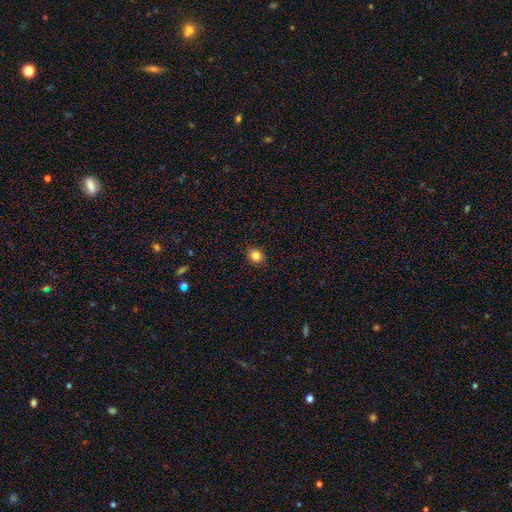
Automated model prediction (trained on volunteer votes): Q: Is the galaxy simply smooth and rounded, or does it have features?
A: smooth — 84%.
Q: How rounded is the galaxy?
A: in between — 51%.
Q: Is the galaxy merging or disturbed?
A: none — 87%.